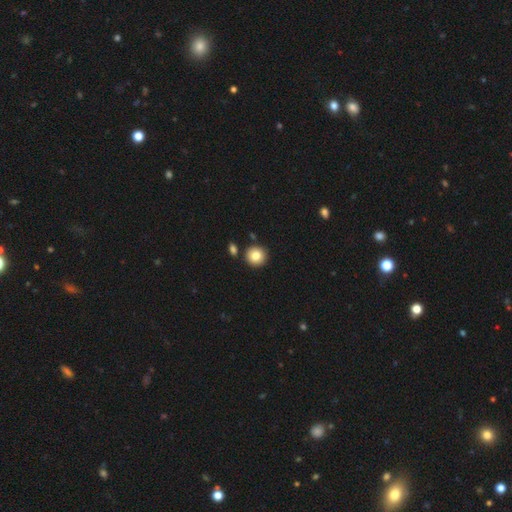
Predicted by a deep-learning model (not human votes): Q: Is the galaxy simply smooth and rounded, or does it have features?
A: smooth — 83%.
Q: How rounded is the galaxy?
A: round — 93%.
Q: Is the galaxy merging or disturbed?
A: none — 85%.